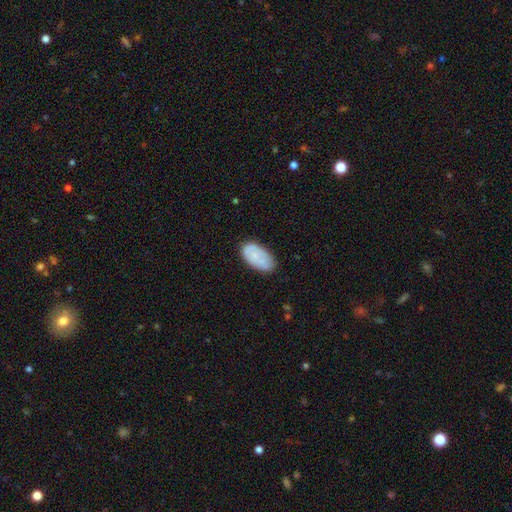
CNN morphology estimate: Overall: smooth (66%; featured or disk 27%). How rounded: in between (94%). Merging: none (72%).